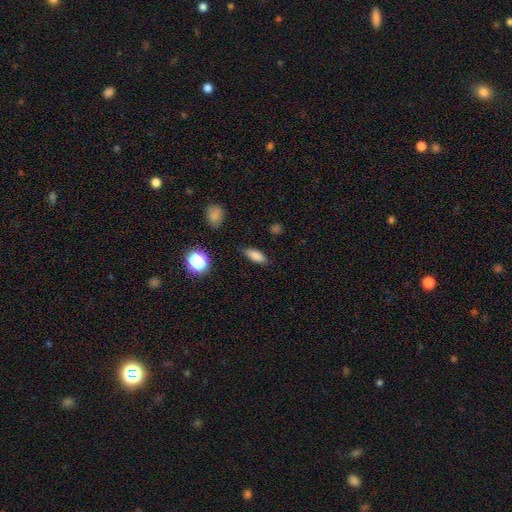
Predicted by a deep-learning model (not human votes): smooth_or_featured: smooth (p=0.84) [alt: star or artifact p=0.11]
how_rounded: in between (p=0.76) [alt: cigar-shaped p=0.20]
merging: none (p=0.85) [alt: minor disturbance p=0.11]